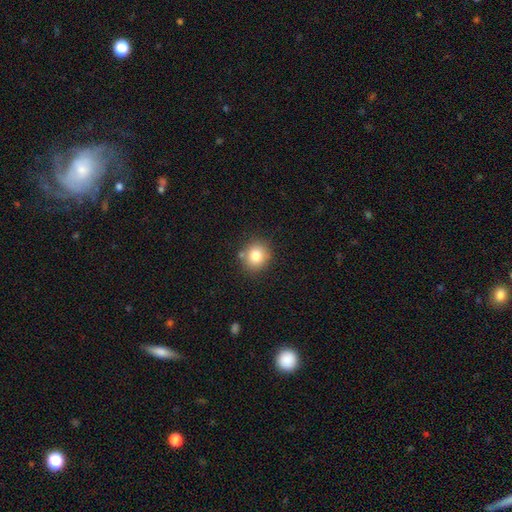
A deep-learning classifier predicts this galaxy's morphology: Overall: smooth (79%). How rounded: round (86%). Merging: none (83%).